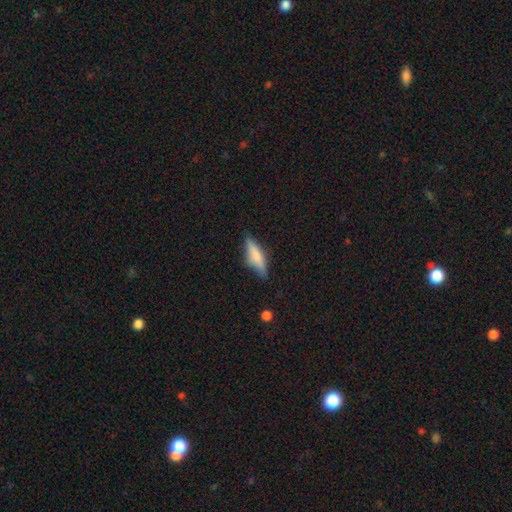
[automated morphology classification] This is likely a smooth galaxy (67%). How rounded: likely cigar-shaped (63%). Merging: likely none (76%).